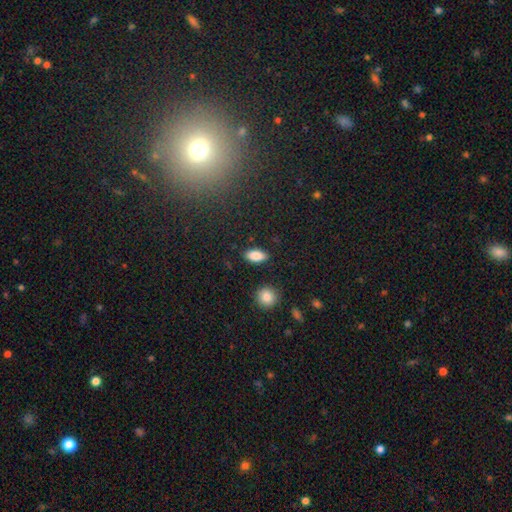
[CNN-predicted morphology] smooth_or_featured: smooth (p=0.86) [alt: star or artifact p=0.08]
how_rounded: in between (p=0.89) [alt: cigar-shaped p=0.07]
merging: none (p=0.87) [alt: minor disturbance p=0.09]